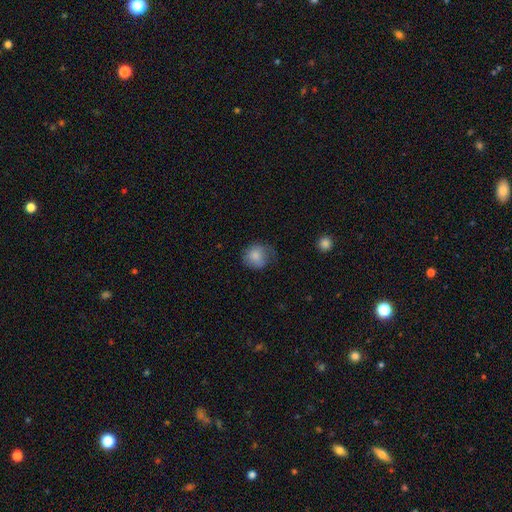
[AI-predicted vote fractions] smooth-or-featured: smooth: 82% | featured or disk: 10% | star or artifact: 8%
  how-rounded: round: 78% | in between: 21% | cigar-shaped: 1%
  merging: none: 52% | minor disturbance: 31% | major disturbance: 15% | merger: 1%